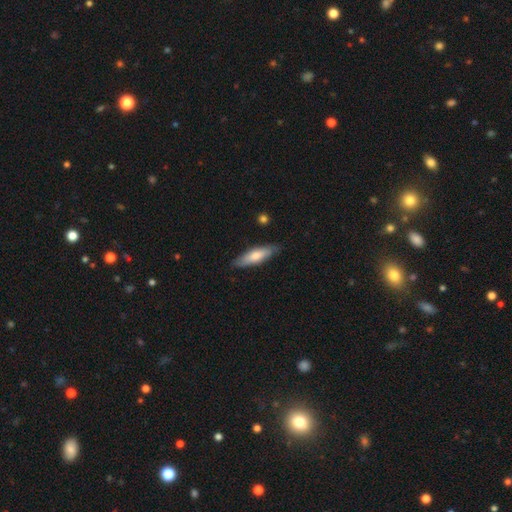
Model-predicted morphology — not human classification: smooth-or-featured: smooth: 67% | featured or disk: 28% | star or artifact: 5%
  how-rounded: cigar-shaped: 61% | in between: 37% | round: 2%
  merging: none: 83% | minor disturbance: 14% | major disturbance: 2% | merger: 1%